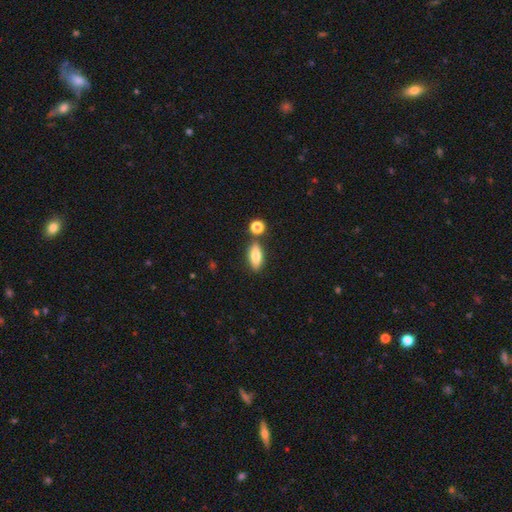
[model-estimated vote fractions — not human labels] smooth_or_featured: smooth (p=0.77) [alt: featured or disk p=0.15]
how_rounded: in between (p=0.73) [alt: cigar-shaped p=0.23]
merging: none (p=0.76) [alt: minor disturbance p=0.11]